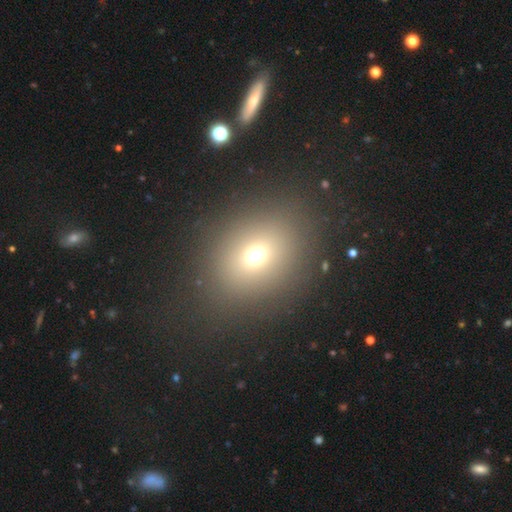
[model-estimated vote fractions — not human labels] Q: Smooth or featured?
A: smooth (68%); runner-up: star or artifact (20%)
Q: How rounded?
A: round (54%); runner-up: in between (44%)
Q: Merging?
A: none (83%); runner-up: minor disturbance (9%)